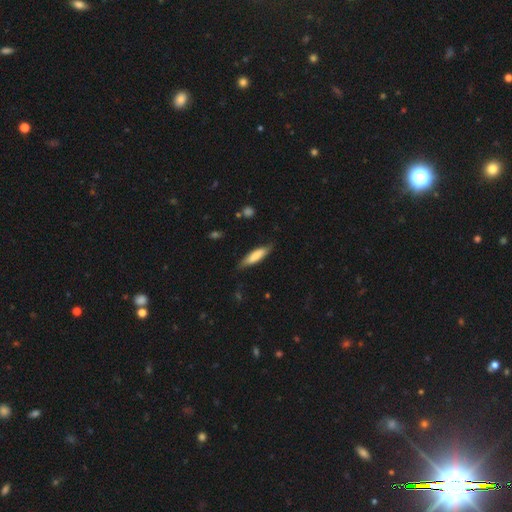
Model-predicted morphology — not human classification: Q: Smooth or featured?
A: smooth (75%); runner-up: featured or disk (19%)
Q: How rounded?
A: cigar-shaped (66%); runner-up: in between (33%)
Q: Merging?
A: none (75%); runner-up: minor disturbance (19%)